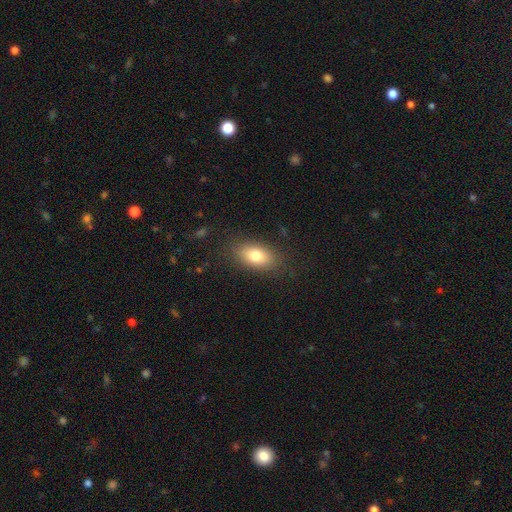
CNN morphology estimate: The model was most divided on "smooth or featured": smooth: 78%, featured or disk: 14%, star or artifact: 8%. More confident: how rounded — in between (87%); merging — none (84%).